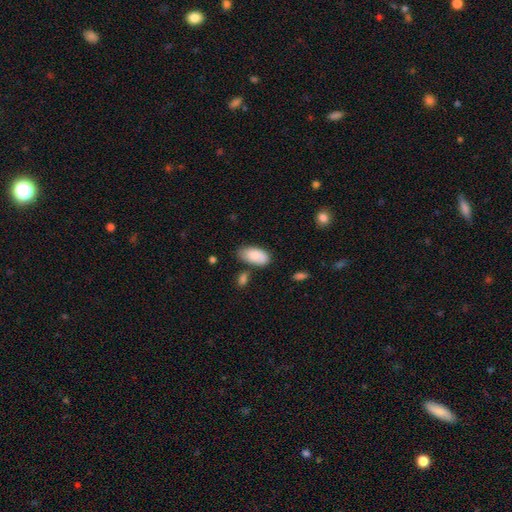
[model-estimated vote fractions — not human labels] Smooth or featured: smooth — 86% (featured or disk — 8%)
How rounded: in between — 95% (cigar-shaped — 3%)
Merging: none — 66% (minor disturbance — 23%)